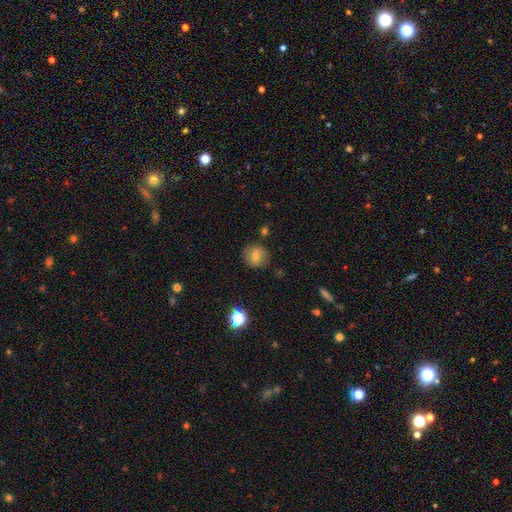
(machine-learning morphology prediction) Smooth or featured? Predicted: smooth (p=0.72). How rounded? Predicted: round (p=0.85). Merging? Predicted: none (p=0.85).